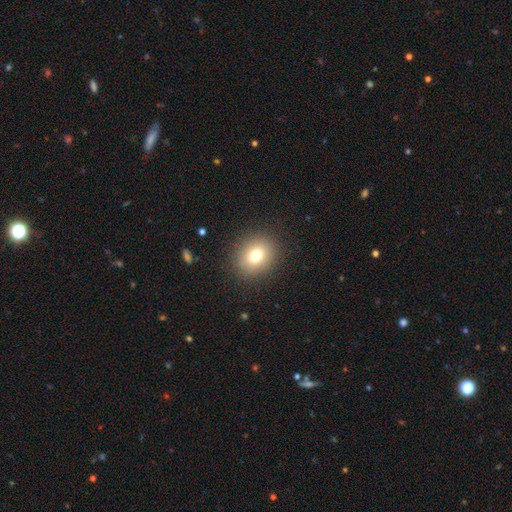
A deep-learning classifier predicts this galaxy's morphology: smooth-or-featured: smooth: 76% | star or artifact: 12% | featured or disk: 12%
  how-rounded: round: 66% | in between: 33% | cigar-shaped: 1%
  merging: none: 89% | minor disturbance: 7% | major disturbance: 3% | merger: 1%